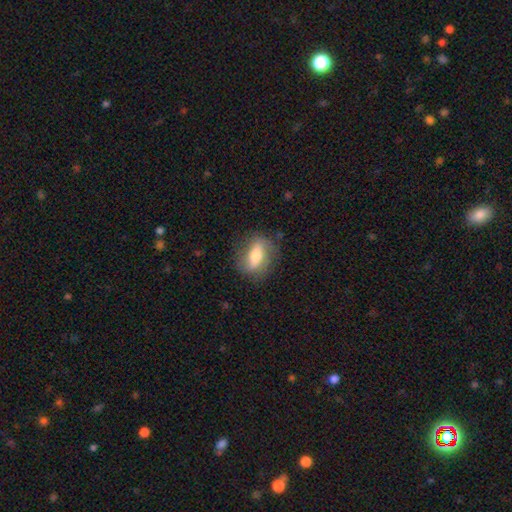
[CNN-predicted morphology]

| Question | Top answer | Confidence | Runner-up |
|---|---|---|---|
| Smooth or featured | smooth | 55% | featured or disk (38%) |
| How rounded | in between | 70% | round (17%) |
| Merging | none | 77% | minor disturbance (16%) |